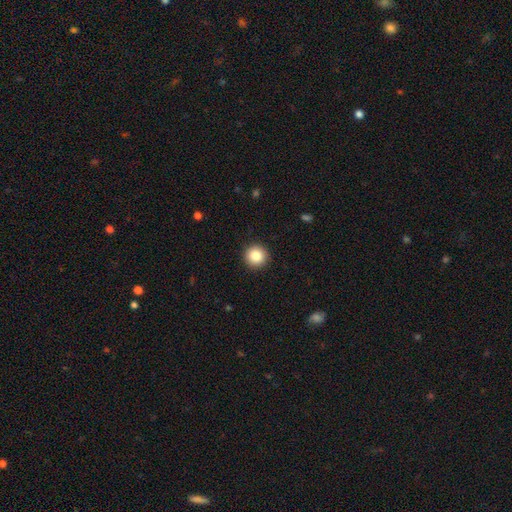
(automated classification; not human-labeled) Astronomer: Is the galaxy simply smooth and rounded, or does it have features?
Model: smooth — 86%.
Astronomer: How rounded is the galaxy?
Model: round — 96%.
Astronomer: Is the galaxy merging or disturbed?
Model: none — 93%.